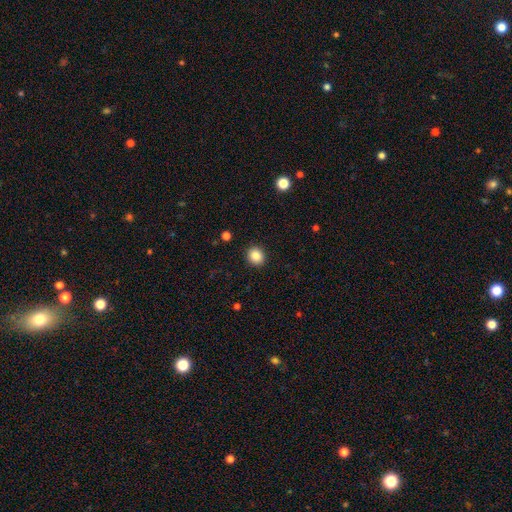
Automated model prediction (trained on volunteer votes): smooth-or-featured: smooth: 86% | star or artifact: 10% | featured or disk: 4%
  how-rounded: round: 81% | in between: 18% | cigar-shaped: 1%
  merging: none: 92% | minor disturbance: 5% | major disturbance: 2% | merger: 1%